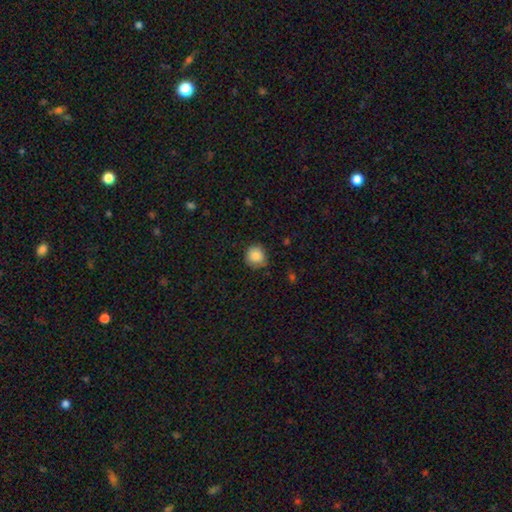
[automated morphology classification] The model was most divided on "merging": none: 82%, minor disturbance: 14%, major disturbance: 3%, merger: 1%. More confident: how rounded — round (92%); smooth or featured — smooth (85%).